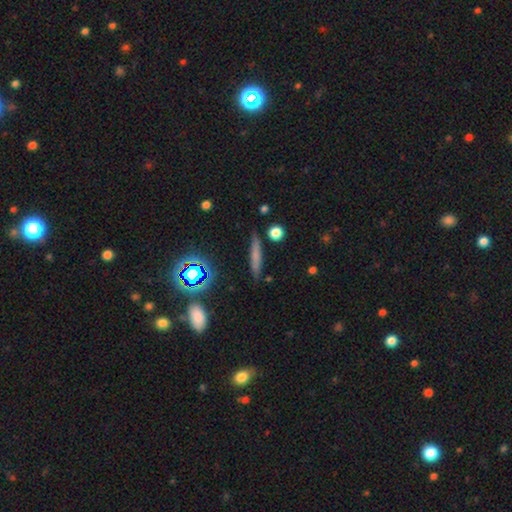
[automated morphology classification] Q: Smooth or featured?
A: smooth (60%); runner-up: featured or disk (25%)
Q: How rounded?
A: cigar-shaped (87%); runner-up: in between (8%)
Q: Merging?
A: none (85%); runner-up: minor disturbance (10%)